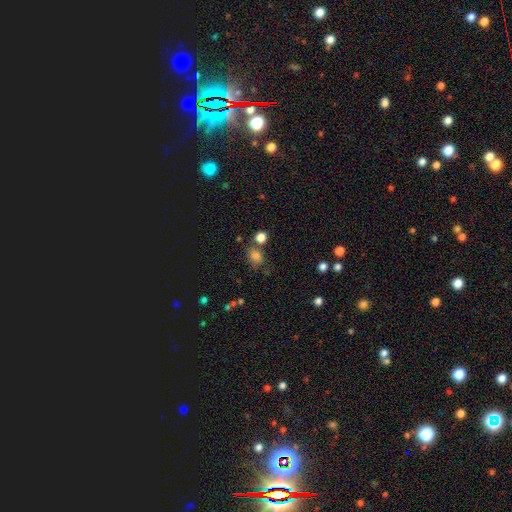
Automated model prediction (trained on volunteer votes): A smooth galaxy with no disk features (78%) that is in between round and cigar-shaped (52%).

Vote fractions:
- Smooth or featured? smooth: 78% / star or artifact: 14% / featured or disk: 7%
- How rounded? in between: 52% / round: 47% / cigar-shaped: 1%
- Merging? none: 63% / minor disturbance: 17% / merger: 14% / major disturbance: 6%